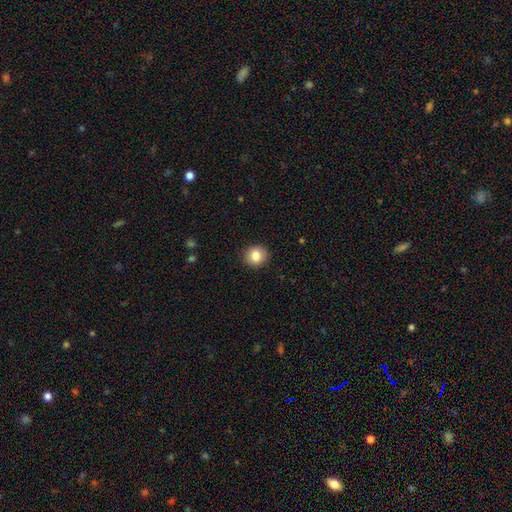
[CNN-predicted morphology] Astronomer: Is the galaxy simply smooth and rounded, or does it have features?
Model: smooth — 83%.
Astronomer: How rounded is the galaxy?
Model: round — 83%.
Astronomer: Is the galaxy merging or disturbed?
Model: none — 90%.